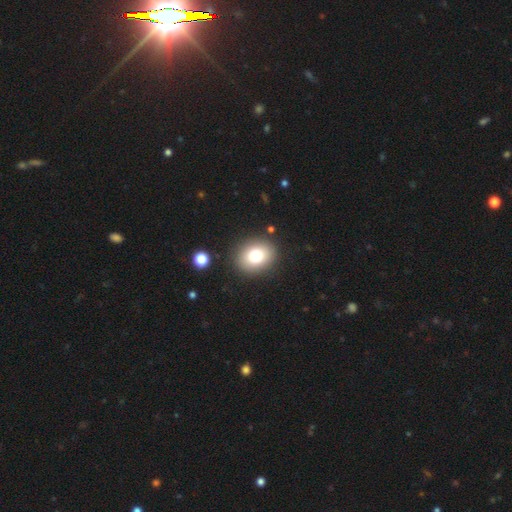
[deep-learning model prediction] A smooth galaxy with no disk features (77%) that is round (51%).

Vote fractions:
- Smooth or featured? smooth: 77% / featured or disk: 12% / star or artifact: 11%
- How rounded? round: 51% / in between: 48% / cigar-shaped: 1%
- Merging? none: 88% / minor disturbance: 7% / major disturbance: 3% / merger: 2%